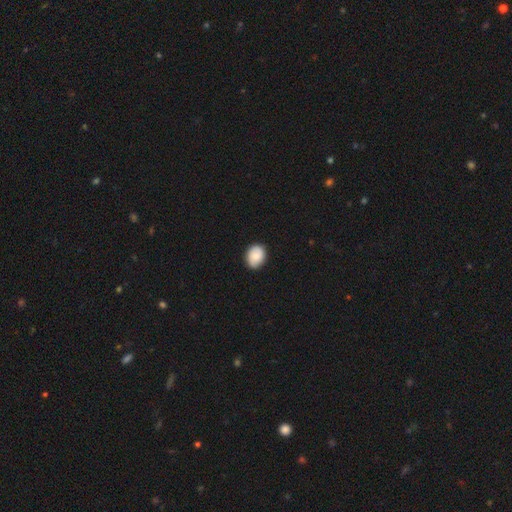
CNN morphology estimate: type=smooth (78%); roundness=in between (51%); merging=none (84%).